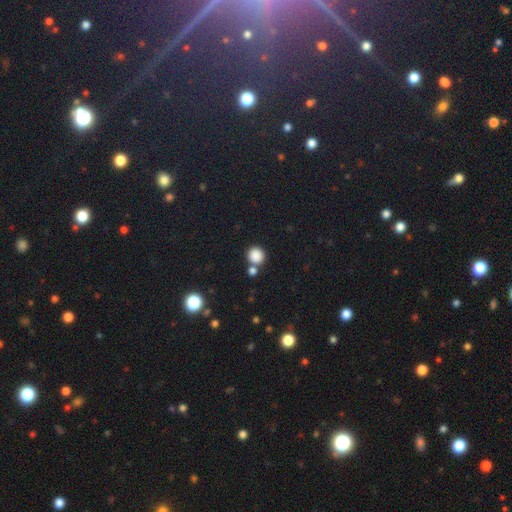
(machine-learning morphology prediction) Smooth or featured: smooth — 85% (star or artifact — 11%)
How rounded: round — 90% (in between — 9%)
Merging: none — 71% (merger — 18%)